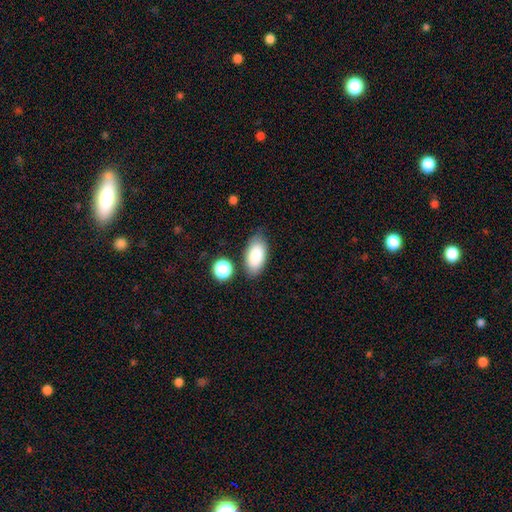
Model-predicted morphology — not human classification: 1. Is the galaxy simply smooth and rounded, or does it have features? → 86% smooth, 7% star or artifact, 7% featured or disk.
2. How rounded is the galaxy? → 93% in between, 4% round, 3% cigar-shaped.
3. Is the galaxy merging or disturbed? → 76% none, 14% minor disturbance, 5% merger, 4% major disturbance.